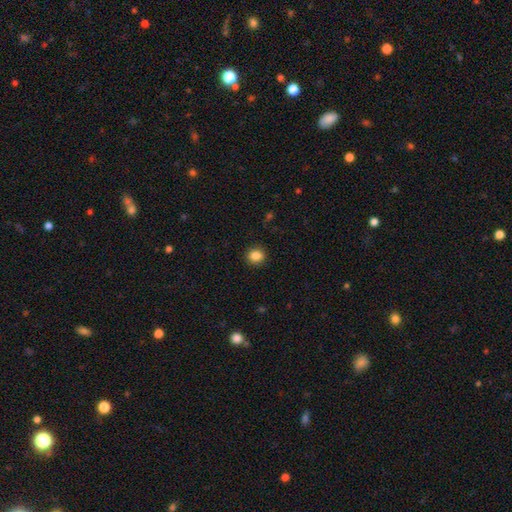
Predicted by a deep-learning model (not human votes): smooth 86%, star or artifact 10%, featured or disk 4%. Down the decision tree: how rounded — round (80%); merging — none (90%).